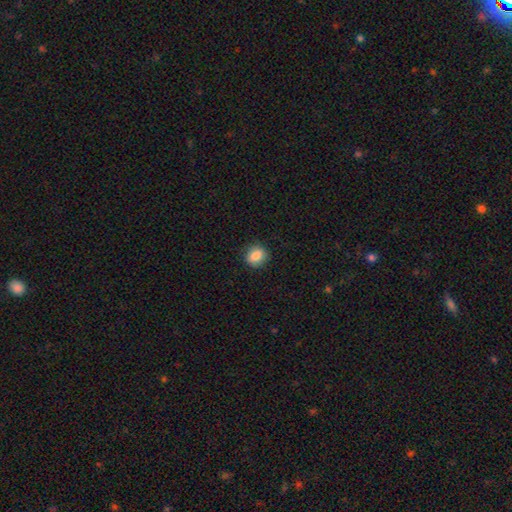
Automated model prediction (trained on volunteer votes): This is clearly a smooth galaxy (86%). How rounded: likely round (68%). Merging: clearly none (87%).